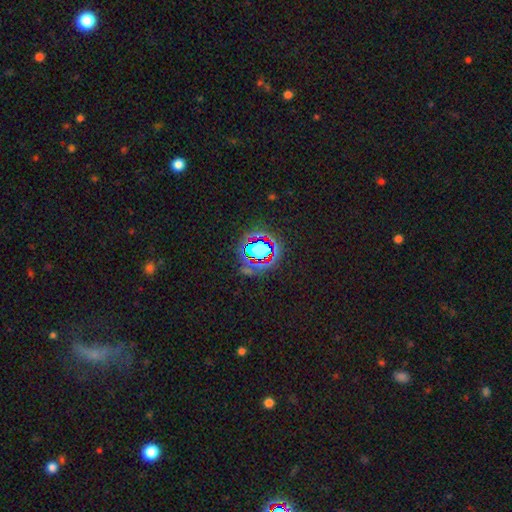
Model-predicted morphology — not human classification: This appears to be a star or artifact, not a galaxy (78%).